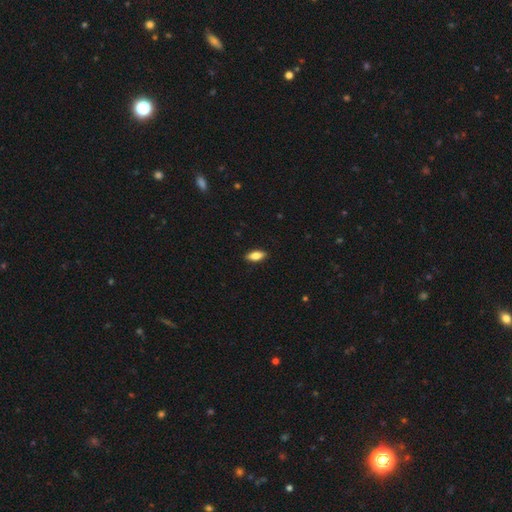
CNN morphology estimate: Smooth or featured: smooth — 79% (featured or disk — 14%)
How rounded: in between — 81% (cigar-shaped — 17%)
Merging: none — 89% (minor disturbance — 8%)